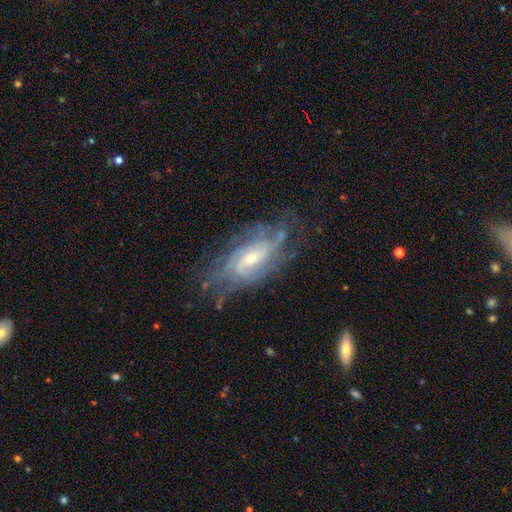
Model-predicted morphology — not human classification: Smooth or featured: featured or disk — 81% (smooth — 11%)
Edge-on disk: no — 90% (yes — 10%)
Bar: no — 44% (weak — 43%)
Spiral arms: yes — 90% (no — 10%)
Spiral winding: tight — 52% (medium — 35%)
Spiral arm count: can't tell — 50% (2 — 15%)
Bulge size: small — 50% (moderate — 43%)
Merging: none — 68% (minor disturbance — 20%)